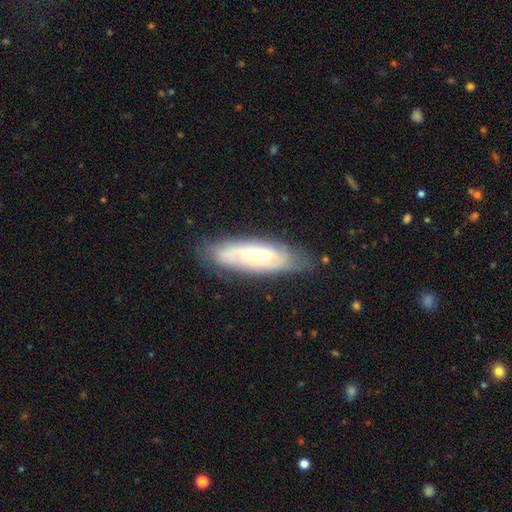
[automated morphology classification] type=featured or disk (62%); edge-on=no (79%); merging=none (75%).